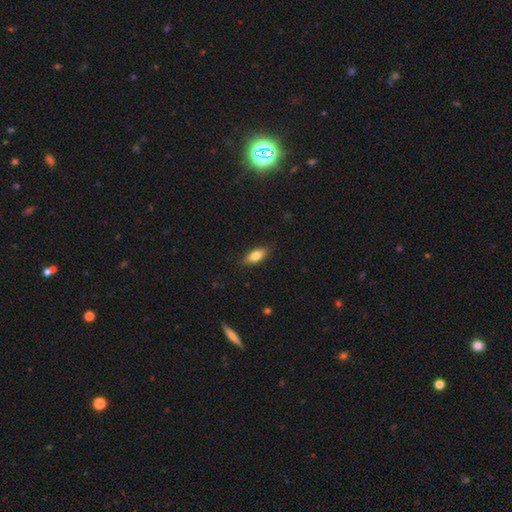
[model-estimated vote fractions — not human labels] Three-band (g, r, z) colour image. It shows a smooth galaxy with no disk features (79%) that is in between round and cigar-shaped (84%). Merging: none (86%).